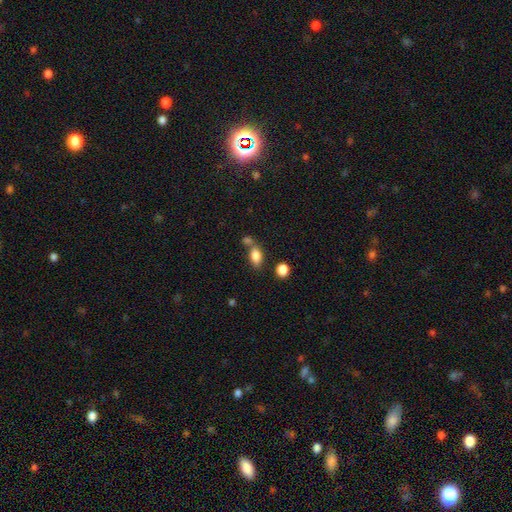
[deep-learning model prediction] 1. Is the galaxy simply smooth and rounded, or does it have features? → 84% smooth, 9% star or artifact, 7% featured or disk.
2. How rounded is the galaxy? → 85% in between, 11% round, 3% cigar-shaped.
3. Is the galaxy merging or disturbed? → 55% none, 28% merger, 13% minor disturbance, 5% major disturbance.